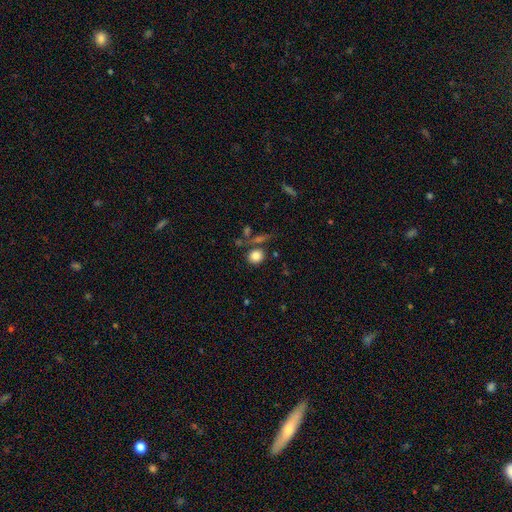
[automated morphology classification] A smooth galaxy with no disk features (84%) that is round (76%). Merging: none (71%).